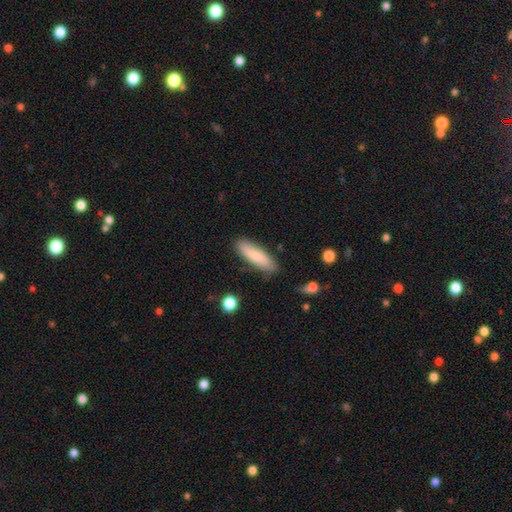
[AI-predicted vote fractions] Smooth or featured? smooth (81%)
How rounded? cigar-shaped (60%)
Merging? none (83%)